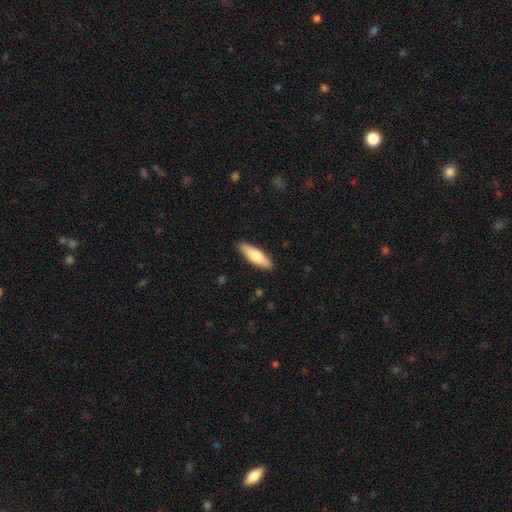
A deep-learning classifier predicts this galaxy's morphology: Smooth or featured?
  - smooth: 74% *
  - featured or disk: 21%
  - star or artifact: 5%
How rounded?
  - cigar-shaped: 51% *
  - in between: 48%
  - round: 2%
Merging?
  - none: 89% *
  - minor disturbance: 9%
  - major disturbance: 2%
  - merger: 1%